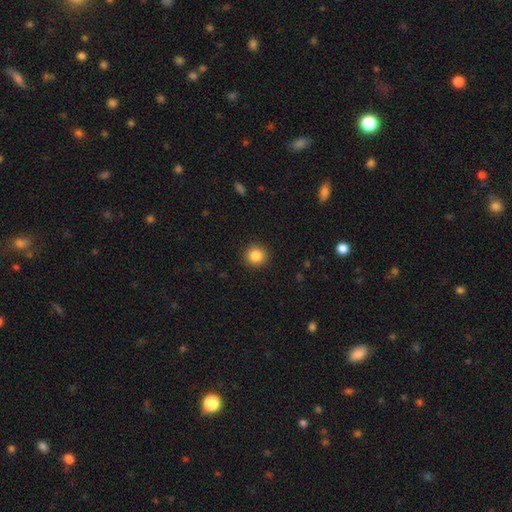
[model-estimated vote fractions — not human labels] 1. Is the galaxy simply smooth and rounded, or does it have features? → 85% smooth, 10% star or artifact, 5% featured or disk.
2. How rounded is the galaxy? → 93% round, 7% in between, 1% cigar-shaped.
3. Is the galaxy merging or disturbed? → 91% none, 6% minor disturbance, 2% major disturbance, 1% merger.